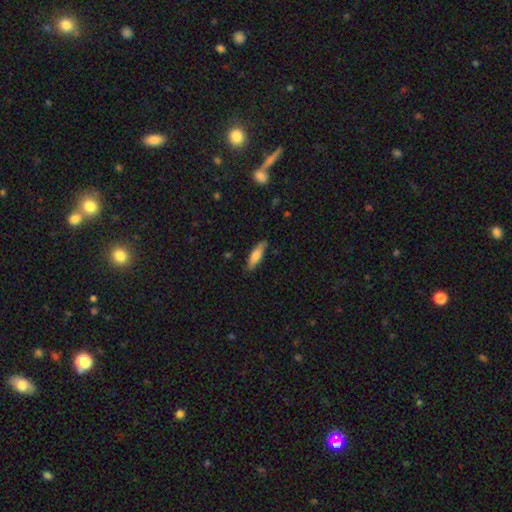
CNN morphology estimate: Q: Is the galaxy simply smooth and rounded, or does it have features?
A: smooth — 73%.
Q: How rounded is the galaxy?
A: cigar-shaped — 59%.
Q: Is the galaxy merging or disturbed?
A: none — 85%.